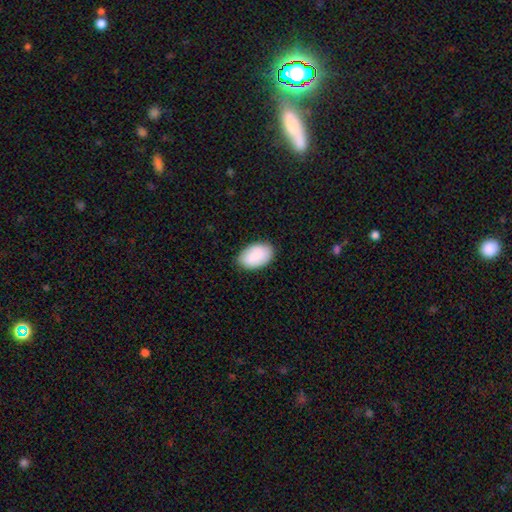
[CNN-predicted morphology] A smooth galaxy with no disk features (85%) that is in between round and cigar-shaped (93%). Merging: none (84%).